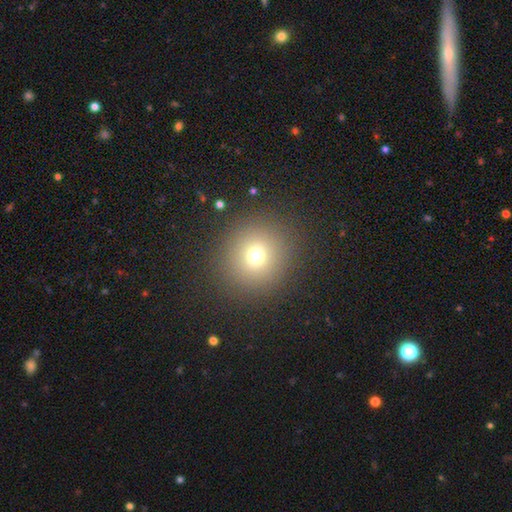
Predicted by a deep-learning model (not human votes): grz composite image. It shows a smooth galaxy with no disk features (71%) that is round (91%). Merging: none (88%).